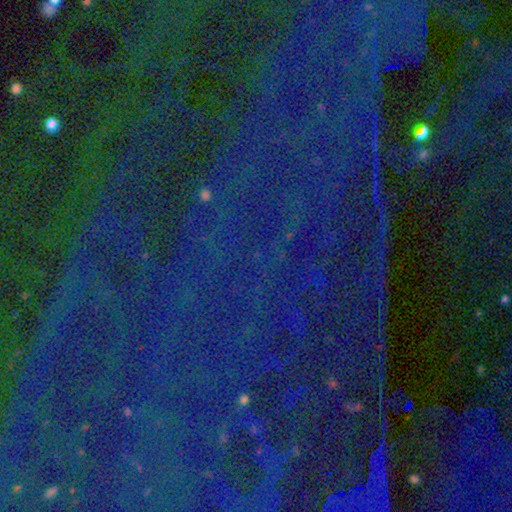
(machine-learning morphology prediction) This appears to be a star or artifact, not a galaxy (86%).